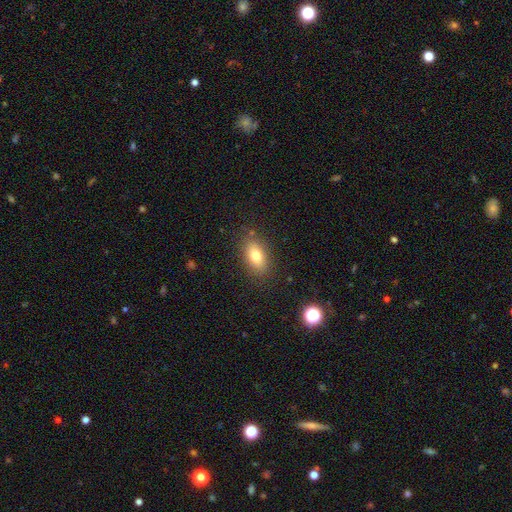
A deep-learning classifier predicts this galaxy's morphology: Overall: smooth (77%). How rounded: in between (85%). Merging: none (84%).